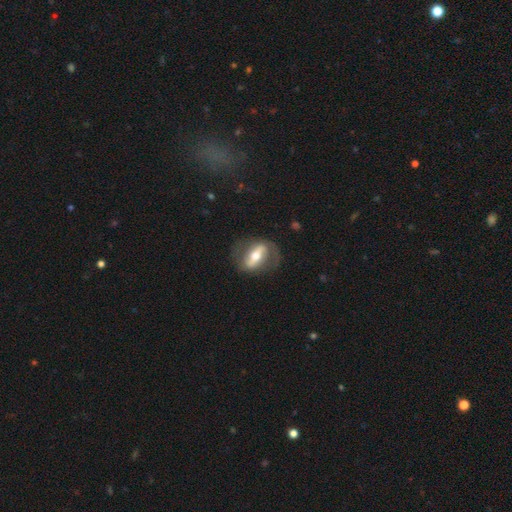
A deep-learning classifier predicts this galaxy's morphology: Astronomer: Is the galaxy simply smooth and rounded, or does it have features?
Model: featured or disk — 70%.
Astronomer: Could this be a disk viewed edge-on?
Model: no — 82%.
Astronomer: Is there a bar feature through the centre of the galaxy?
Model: strong — 64%.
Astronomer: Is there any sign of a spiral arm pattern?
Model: yes — 60% (runner-up: no, 40%).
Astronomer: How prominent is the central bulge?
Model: moderate — 68%.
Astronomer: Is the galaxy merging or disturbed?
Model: none — 69%.